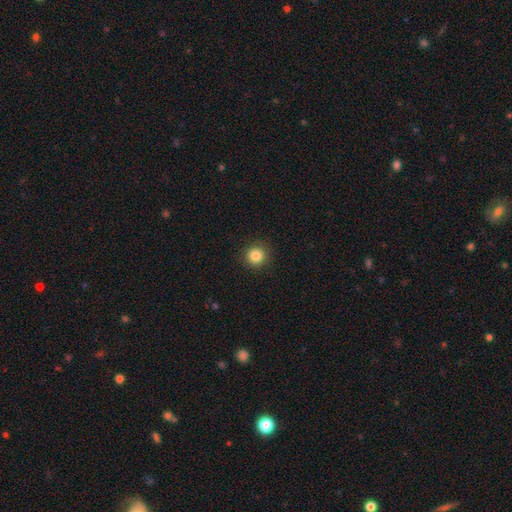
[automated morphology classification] The model was most divided on "smooth or featured": smooth: 85%, star or artifact: 11%, featured or disk: 4%. More confident: how rounded — round (94%); merging — none (91%).